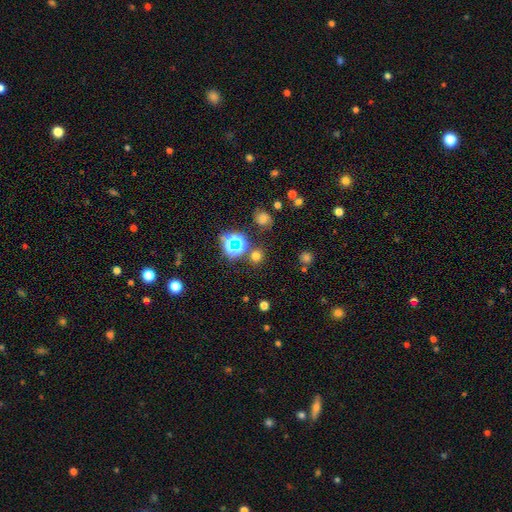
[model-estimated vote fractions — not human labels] Q: Smooth or featured?
A: smooth (60%); runner-up: star or artifact (33%)
Q: How rounded?
A: round (87%); runner-up: in between (12%)
Q: Merging?
A: none (81%); runner-up: minor disturbance (9%)